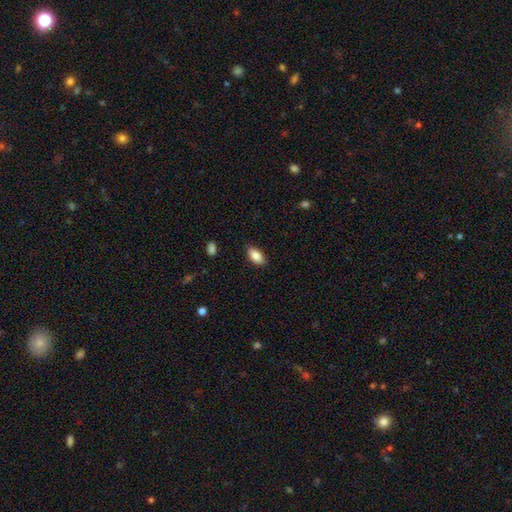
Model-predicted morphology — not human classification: smooth 84%, featured or disk 9%, star or artifact 7%. Down the decision tree: how rounded — in between (89%); merging — none (87%).